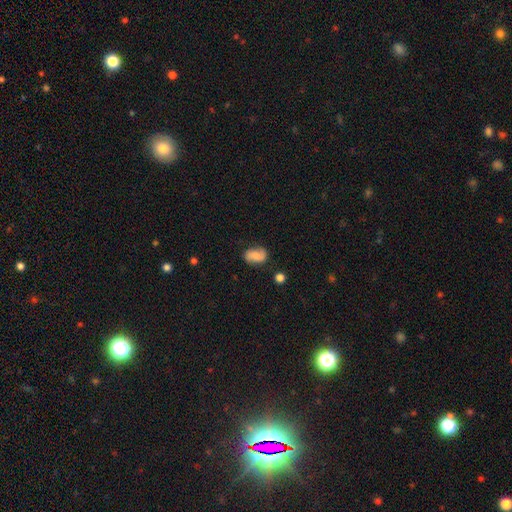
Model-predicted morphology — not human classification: Smooth or featured?
  - smooth: 46% *
  - featured or disk: 45%
  - star or artifact: 9%
Merging?
  - none: 73% *
  - minor disturbance: 20%
  - major disturbance: 5%
  - merger: 2%